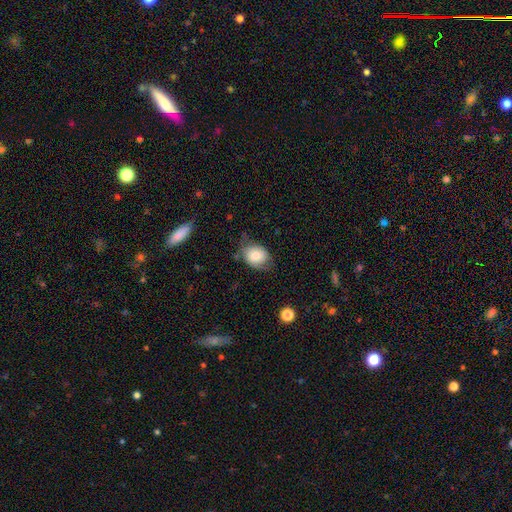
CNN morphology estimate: Q: Smooth or featured?
A: smooth (76%); runner-up: featured or disk (16%)
Q: How rounded?
A: in between (61%); runner-up: round (38%)
Q: Merging?
A: none (56%); runner-up: minor disturbance (31%)